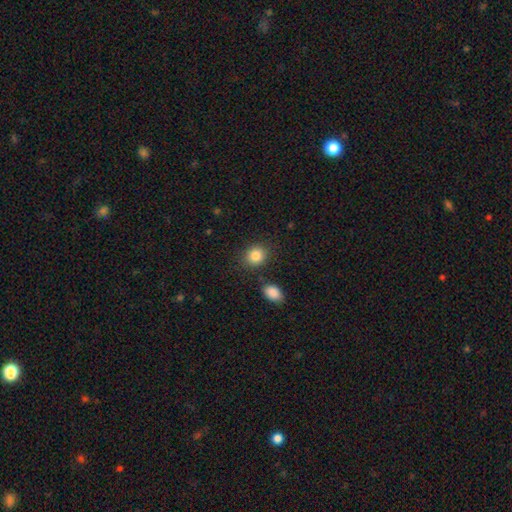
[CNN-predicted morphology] Smooth or featured? Predicted: smooth (p=0.86). How rounded? Predicted: round (p=0.69). Merging? Predicted: none (p=0.82).